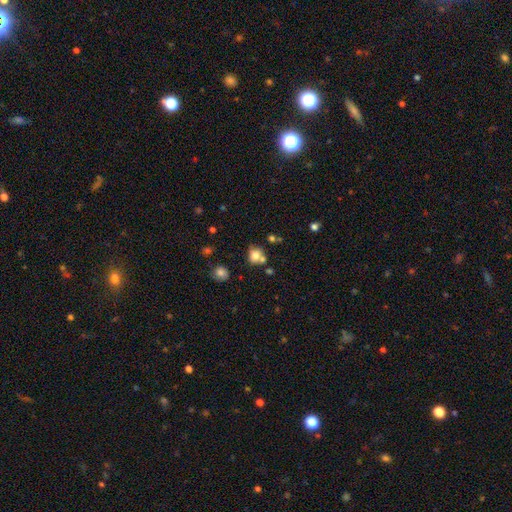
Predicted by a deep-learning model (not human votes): A smooth galaxy with no disk features (74%) that is round (74%).

Vote fractions:
- Smooth or featured? smooth: 74% / featured or disk: 13% / star or artifact: 12%
- How rounded? round: 74% / in between: 25% / cigar-shaped: 1%
- Merging? none: 50% / merger: 30% / minor disturbance: 14% / major disturbance: 6%